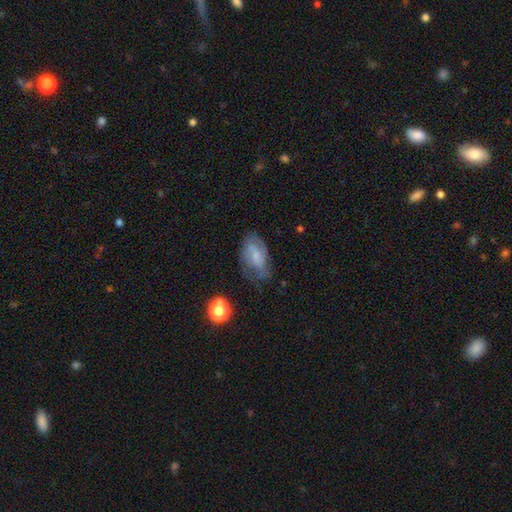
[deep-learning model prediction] Morphology: type=featured or disk (51%); edge-on=no (95%); merging=none (52%).